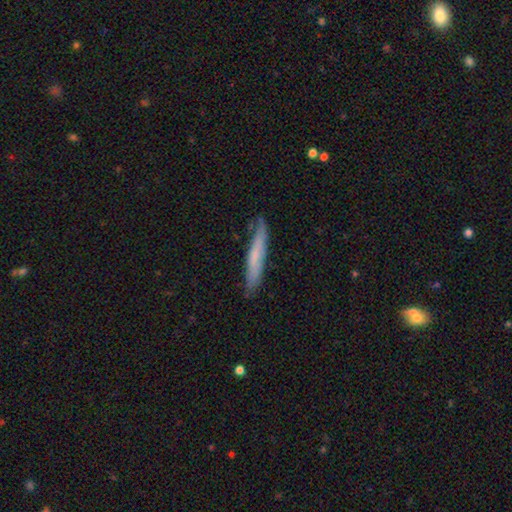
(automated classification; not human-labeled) Q: Smooth or featured?
A: smooth (59%); runner-up: featured or disk (35%)
Q: How rounded?
A: cigar-shaped (94%); runner-up: in between (5%)
Q: Merging?
A: none (81%); runner-up: minor disturbance (15%)